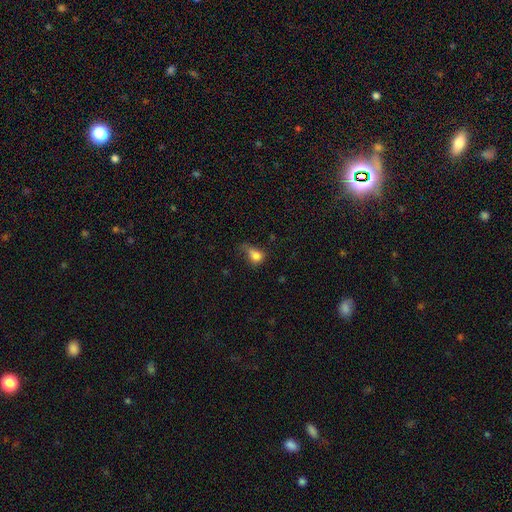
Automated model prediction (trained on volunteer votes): smooth-or-featured: smooth: 78% | featured or disk: 11% | star or artifact: 11%
  how-rounded: round: 51% | in between: 47% | cigar-shaped: 2%
  merging: major disturbance: 35% | minor disturbance: 32% | none: 27% | merger: 6%